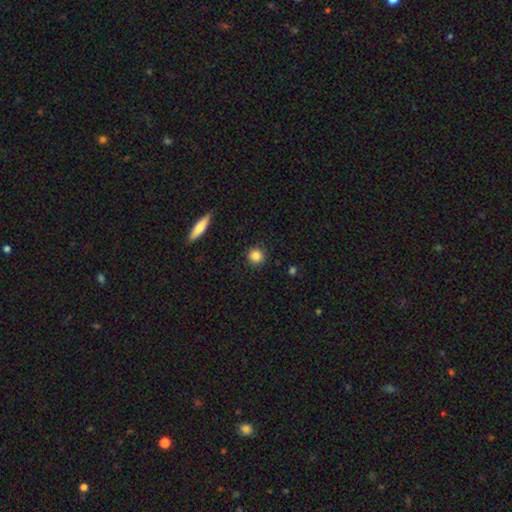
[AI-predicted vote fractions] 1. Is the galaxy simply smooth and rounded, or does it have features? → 85% smooth, 10% star or artifact, 6% featured or disk.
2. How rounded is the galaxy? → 91% round, 8% in between, 1% cigar-shaped.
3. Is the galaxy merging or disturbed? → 89% none, 7% minor disturbance, 2% major disturbance, 1% merger.